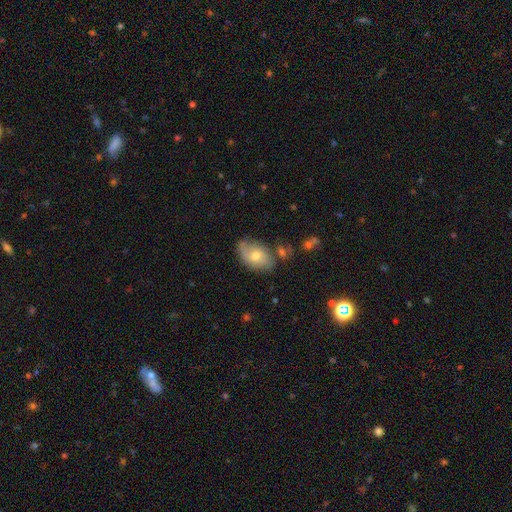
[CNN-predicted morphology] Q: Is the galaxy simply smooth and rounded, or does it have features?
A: smooth — 59%.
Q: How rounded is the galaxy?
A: in between — 86%.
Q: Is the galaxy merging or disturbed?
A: none — 60%.